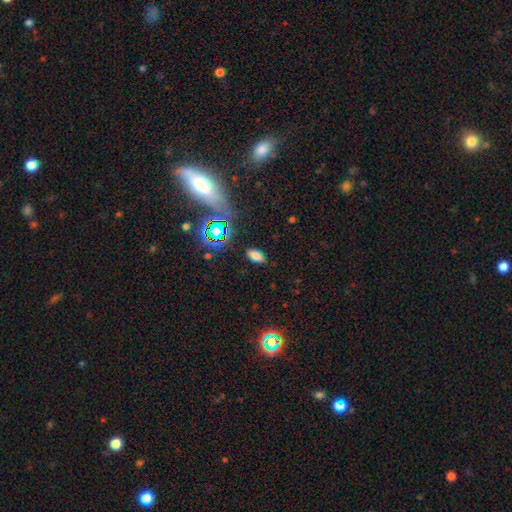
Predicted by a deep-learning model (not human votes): The model was most divided on "smooth or featured": smooth: 73%, star or artifact: 20%, featured or disk: 7%. More confident: how rounded — in between (89%); merging — none (87%).